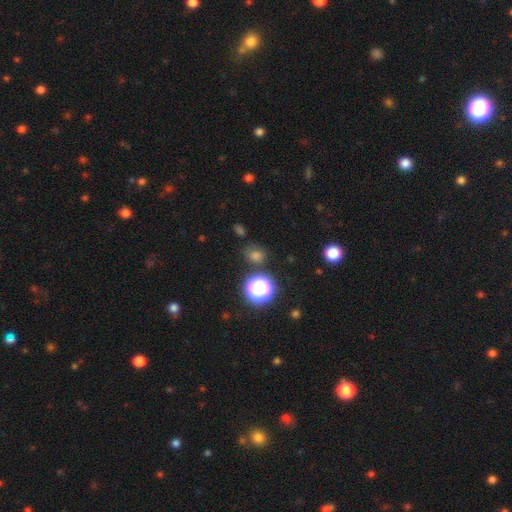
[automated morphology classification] Overall: smooth (66%; star or artifact 27%). How rounded: round (67%; in between 32%). Merging: none (75%).